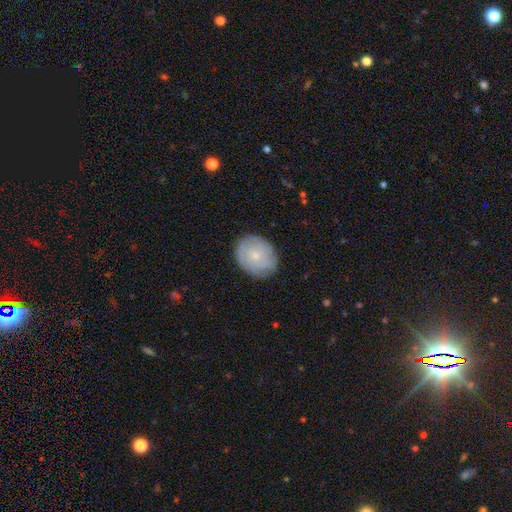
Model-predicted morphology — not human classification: Smooth or featured?
  - smooth: 55% *
  - featured or disk: 38%
  - star or artifact: 7%
How rounded?
  - round: 57% *
  - in between: 42%
  - cigar-shaped: 1%
Merging?
  - none: 80% *
  - minor disturbance: 15%
  - major disturbance: 4%
  - merger: 1%